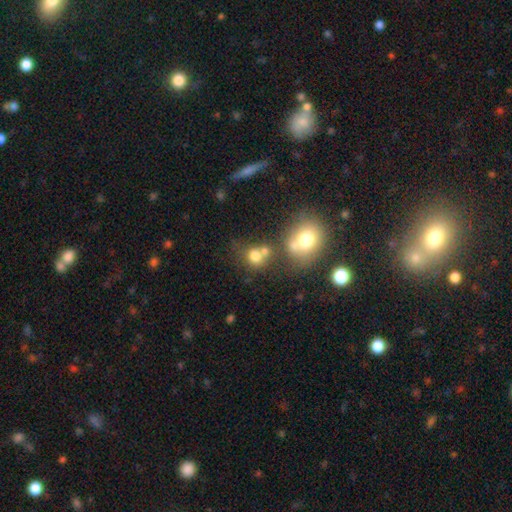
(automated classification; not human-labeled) The model was most divided on "merging": none: 43%, merger: 40%, minor disturbance: 10%, major disturbance: 7%. More confident: how rounded — round (77%); smooth or featured — smooth (74%).